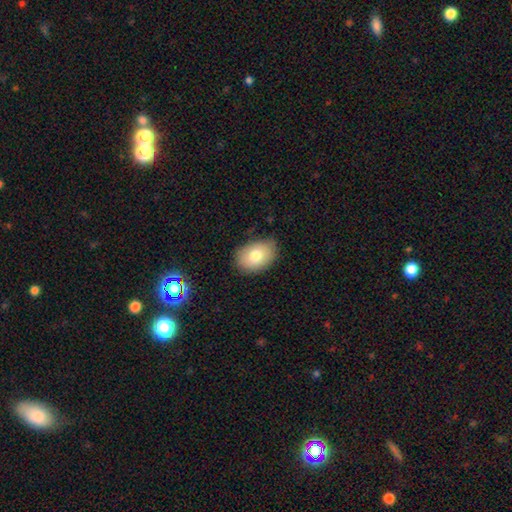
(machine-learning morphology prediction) Smooth or featured: smooth — 77% (featured or disk — 14%)
How rounded: in between — 81% (round — 18%)
Merging: none — 80% (minor disturbance — 16%)